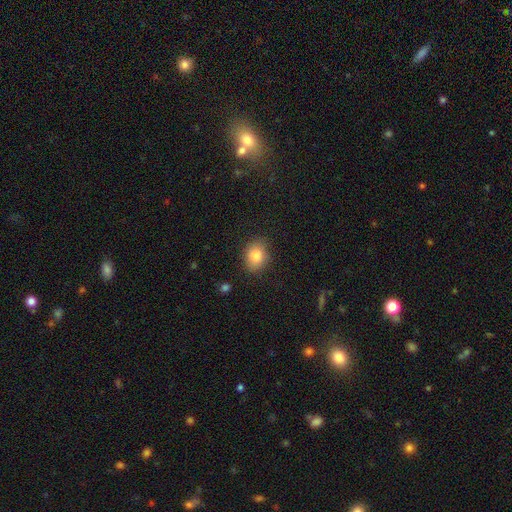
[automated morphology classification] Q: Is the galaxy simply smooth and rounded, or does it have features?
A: smooth — 85%.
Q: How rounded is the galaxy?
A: in between — 58%.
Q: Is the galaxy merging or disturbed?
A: none — 80%.